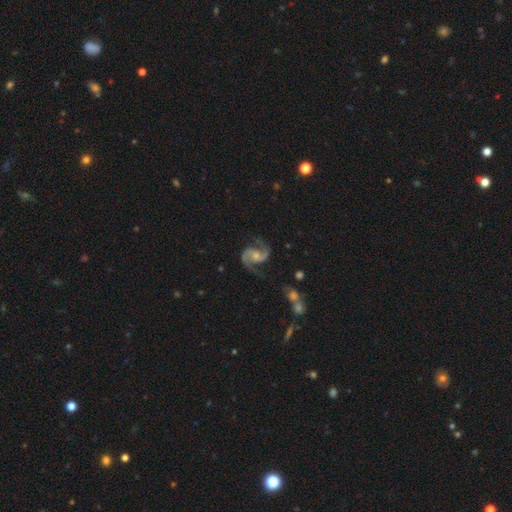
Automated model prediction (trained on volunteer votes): The model was most divided on "bulge size": moderate: 49%, small: 41%, none: 6%, large: 4%, dominant: 1%. More confident: edge-on disk — no (98%); spiral arms — yes (98%); spiral arm count — 2 (93%); smooth or featured — featured or disk (91%); merging — none (74%); spiral winding — medium (58%); bar — no (55%).